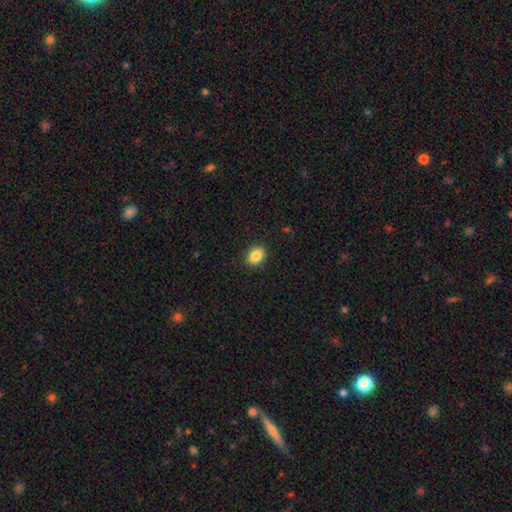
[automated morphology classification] Overall: smooth (85%). How rounded: in between (73%). Merging: none (89%).